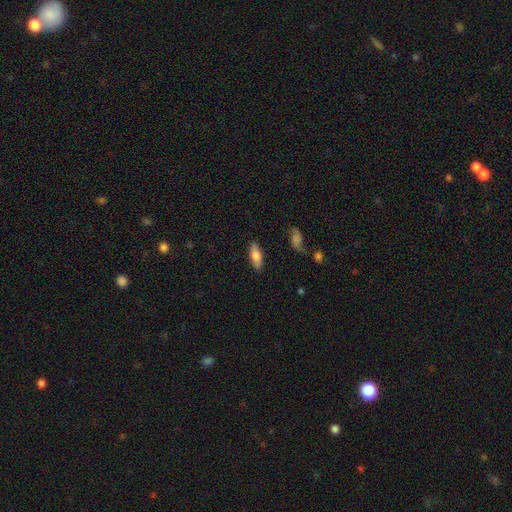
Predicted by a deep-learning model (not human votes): A smooth galaxy with no disk features (74%) that is in between round and cigar-shaped (67%). Merging: none (86%).